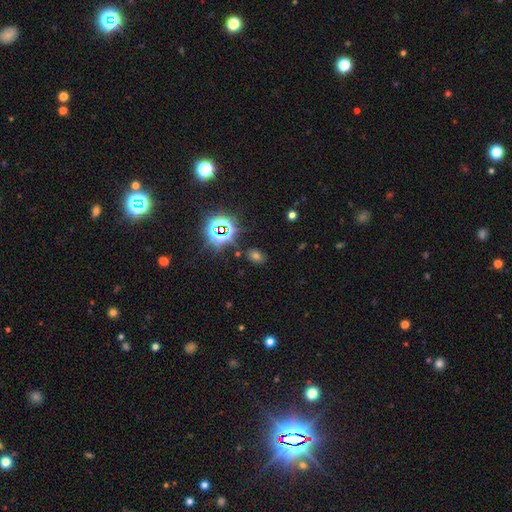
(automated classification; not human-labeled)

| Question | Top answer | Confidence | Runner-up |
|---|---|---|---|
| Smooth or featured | smooth | 51% | star or artifact (41%) |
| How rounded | in between | 65% | round (33%) |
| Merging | none | 82% | minor disturbance (11%) |